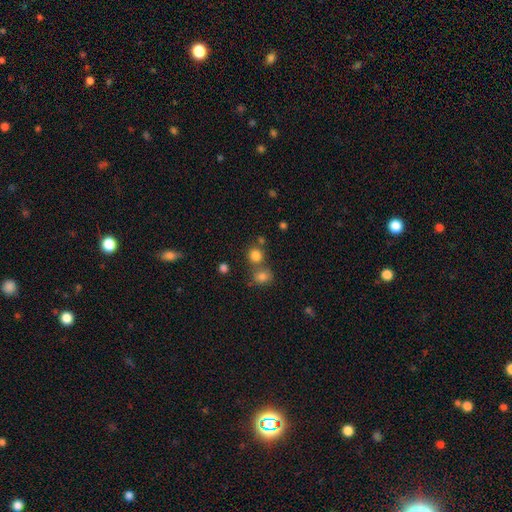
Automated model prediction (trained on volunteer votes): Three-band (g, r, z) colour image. It shows a smooth galaxy with no disk features (80%) that is round (84%). Merging: none (60%).